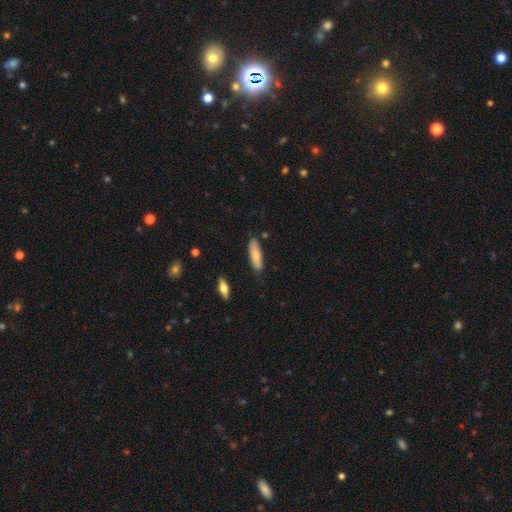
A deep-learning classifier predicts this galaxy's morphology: Smooth or featured: smooth — 79% (featured or disk — 15%)
How rounded: cigar-shaped — 55% (in between — 43%)
Merging: none — 78% (minor disturbance — 17%)